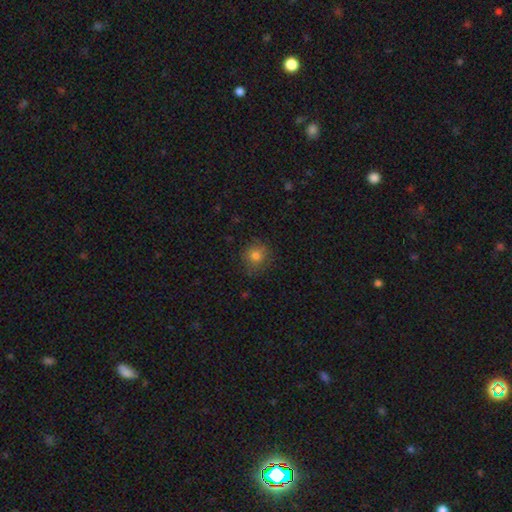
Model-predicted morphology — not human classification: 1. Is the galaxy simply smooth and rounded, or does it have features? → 80% smooth, 12% star or artifact, 8% featured or disk.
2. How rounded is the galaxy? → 89% round, 11% in between, 1% cigar-shaped.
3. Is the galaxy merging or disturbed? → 80% none, 15% minor disturbance, 4% major disturbance, 1% merger.